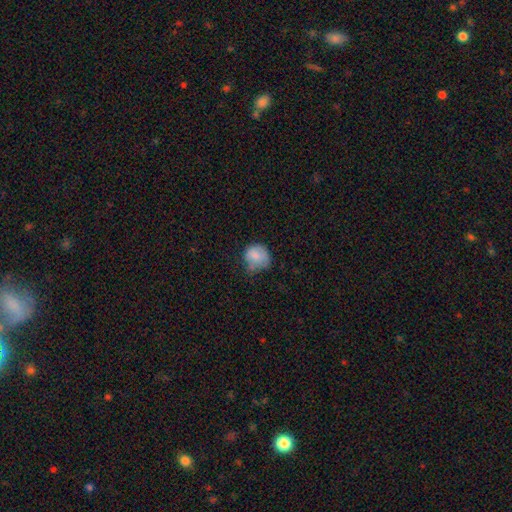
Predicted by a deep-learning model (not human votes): smooth-or-featured: smooth: 80% | featured or disk: 11% | star or artifact: 9%
  how-rounded: round: 79% | in between: 20% | cigar-shaped: 1%
  merging: none: 48% | minor disturbance: 37% | major disturbance: 13% | merger: 2%